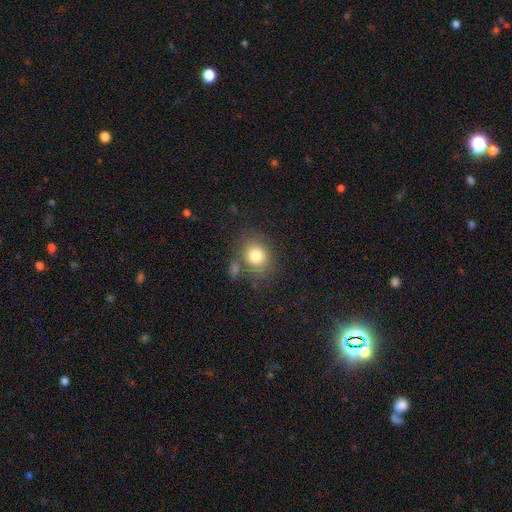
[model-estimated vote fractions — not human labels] A smooth galaxy with no disk features (80%) that is round (64%). Merging: none (71%).